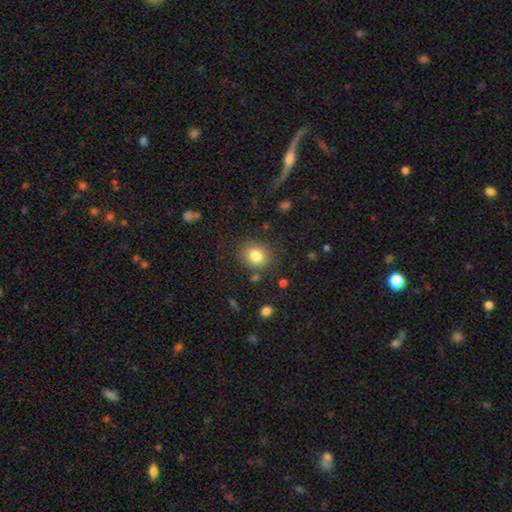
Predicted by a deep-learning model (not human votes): Smooth or featured? smooth (81%)
How rounded? round (72%)
Merging? none (82%)